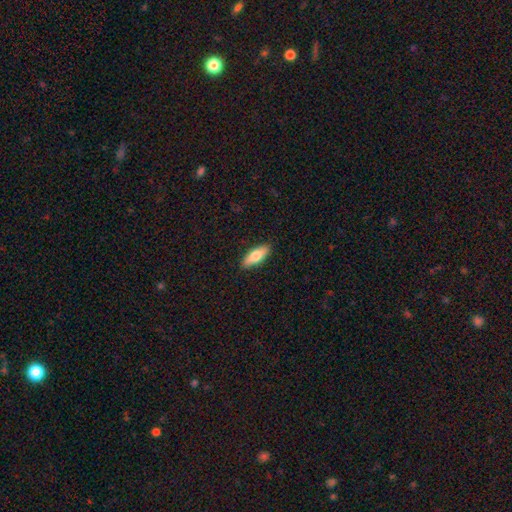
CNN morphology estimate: A smooth galaxy with no disk features (74%) that is in between round and cigar-shaped (67%).

Vote fractions:
- Smooth or featured? smooth: 74% / featured or disk: 21% / star or artifact: 6%
- How rounded? in between: 67% / cigar-shaped: 31% / round: 2%
- Merging? none: 89% / minor disturbance: 8% / major disturbance: 2% / merger: 1%